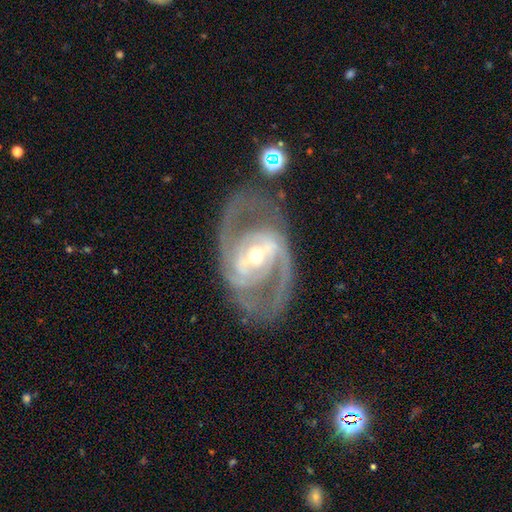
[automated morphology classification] Q: Smooth or featured?
A: featured or disk (90%); runner-up: star or artifact (5%)
Q: Edge-on disk?
A: no (96%); runner-up: yes (4%)
Q: Bar?
A: strong (53%); runner-up: weak (34%)
Q: Spiral arms?
A: yes (95%); runner-up: no (5%)
Q: Spiral winding?
A: medium (53%); runner-up: tight (32%)
Q: Spiral arm count?
A: 2 (82%); runner-up: 3 (7%)
Q: Bulge size?
A: moderate (51%); runner-up: small (44%)
Q: Merging?
A: none (74%); runner-up: minor disturbance (14%)